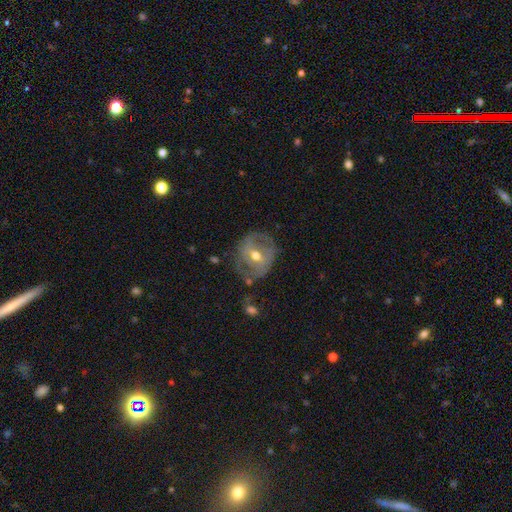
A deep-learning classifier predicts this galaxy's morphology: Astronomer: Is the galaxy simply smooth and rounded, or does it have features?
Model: featured or disk — 67%.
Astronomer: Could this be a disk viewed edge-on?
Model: no — 95%.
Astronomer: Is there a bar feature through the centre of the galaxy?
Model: weak — 45% (runner-up: strong, 28%).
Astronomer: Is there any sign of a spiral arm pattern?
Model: yes — 51% (runner-up: no, 49%).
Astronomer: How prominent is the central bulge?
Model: moderate — 75%.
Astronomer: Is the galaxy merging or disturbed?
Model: none — 60%.